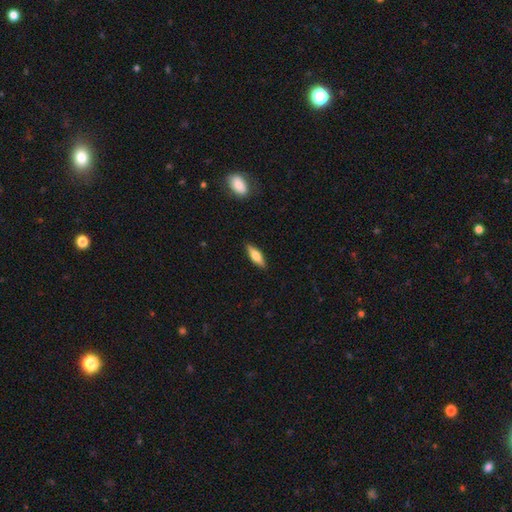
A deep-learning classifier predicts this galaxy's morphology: Overall: smooth (63%; featured or disk 31%). How rounded: cigar-shaped (50%; in between 48%). Merging: none (88%).